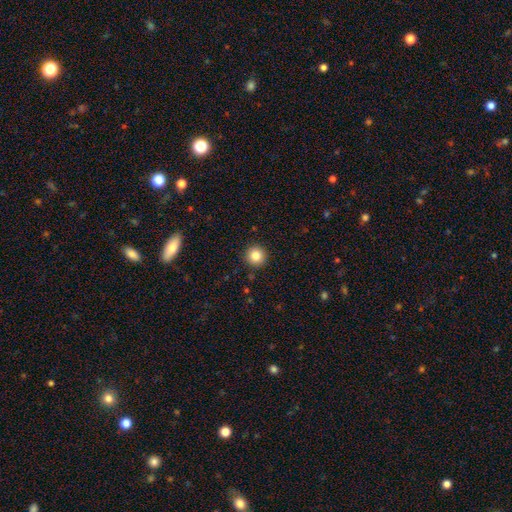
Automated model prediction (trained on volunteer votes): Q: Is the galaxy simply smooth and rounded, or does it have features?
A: smooth — 85%.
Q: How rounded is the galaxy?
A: round — 95%.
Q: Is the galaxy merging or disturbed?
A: none — 92%.